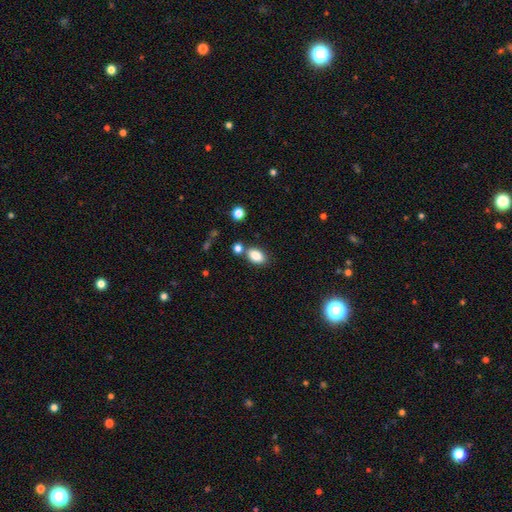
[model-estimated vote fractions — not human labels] This appears to be a smooth galaxy with no disk features (86%) that is in between round and cigar-shaped (88%). Merging: none (71%).